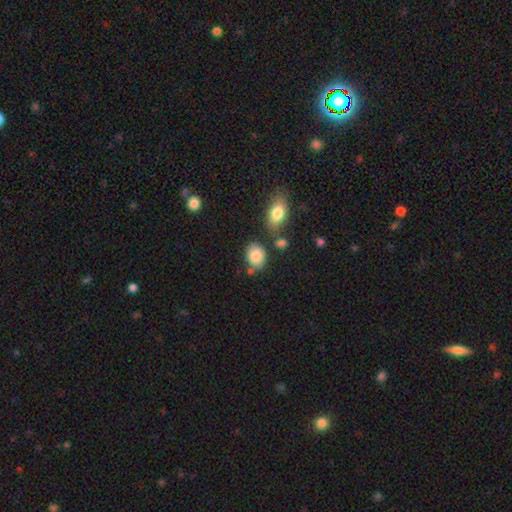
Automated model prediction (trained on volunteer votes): Smooth or featured?
  - smooth: 86% *
  - star or artifact: 8%
  - featured or disk: 7%
How rounded?
  - in between: 70% *
  - round: 29%
  - cigar-shaped: 1%
Merging?
  - none: 65% *
  - minor disturbance: 18%
  - merger: 12%
  - major disturbance: 5%